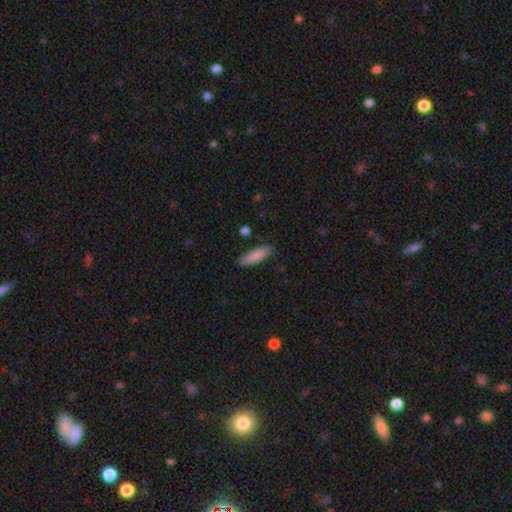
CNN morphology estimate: The model was most divided on "how rounded": cigar-shaped: 58%, in between: 41%, round: 2%. More confident: smooth or featured — smooth (86%); merging — none (85%).